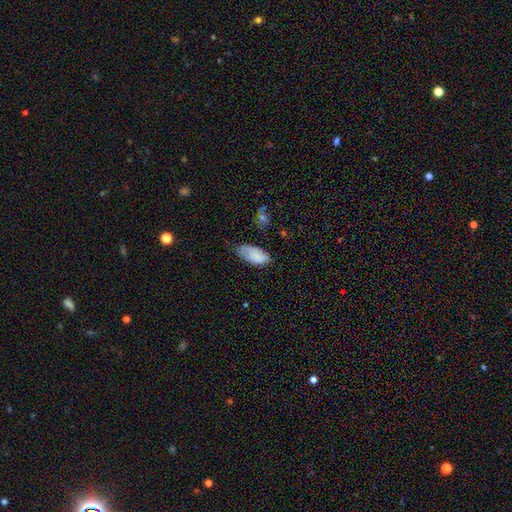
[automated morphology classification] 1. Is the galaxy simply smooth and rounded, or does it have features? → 79% smooth, 13% featured or disk, 8% star or artifact.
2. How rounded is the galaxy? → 92% in between, 6% cigar-shaped, 2% round.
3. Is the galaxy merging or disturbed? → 49% none, 37% minor disturbance, 10% major disturbance, 3% merger.